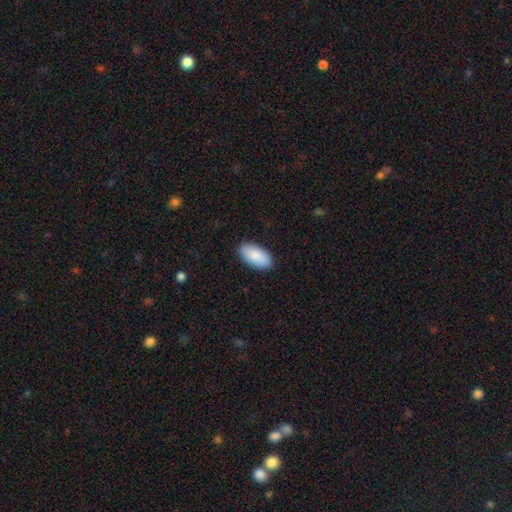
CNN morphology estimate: The model was most divided on "merging": none: 88%, minor disturbance: 9%, major disturbance: 2%, merger: 1%. More confident: how rounded — in between (95%); smooth or featured — smooth (88%).